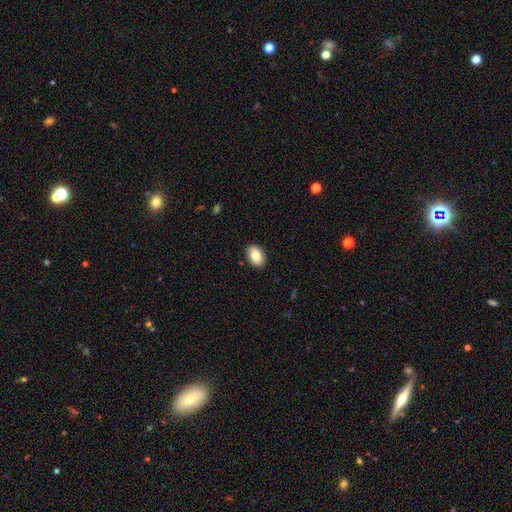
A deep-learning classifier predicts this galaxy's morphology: Q: Smooth or featured?
A: smooth (81%); runner-up: featured or disk (11%)
Q: How rounded?
A: in between (85%); runner-up: round (14%)
Q: Merging?
A: none (90%); runner-up: minor disturbance (8%)